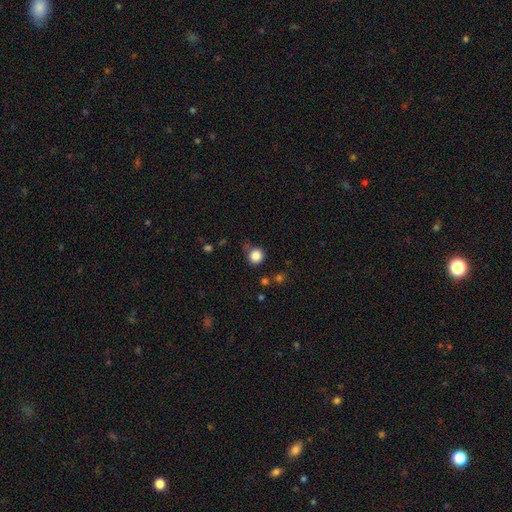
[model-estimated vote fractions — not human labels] Smooth or featured? smooth (86%)
How rounded? round (92%)
Merging? none (75%)